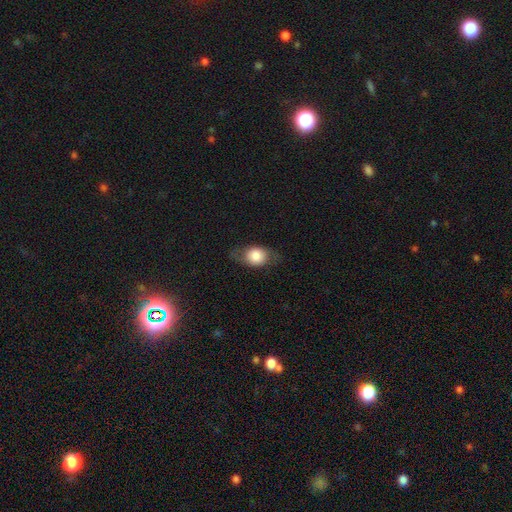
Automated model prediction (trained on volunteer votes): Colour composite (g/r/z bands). It shows a smooth galaxy with no disk features (68%) that is in between round and cigar-shaped (63%). Merging: none (75%).